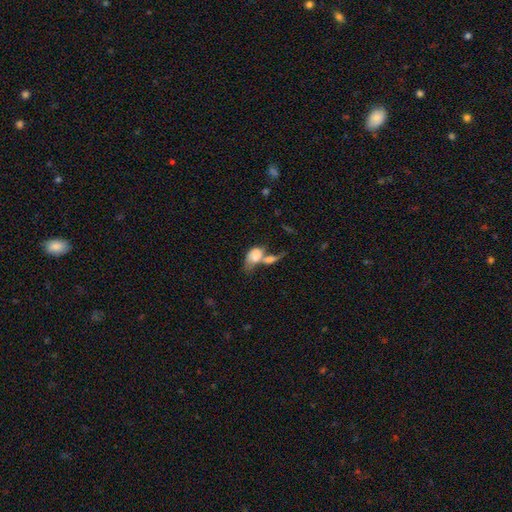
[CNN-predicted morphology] Overall: smooth (66%). How rounded: in between (83%). Merging: merger (64%).